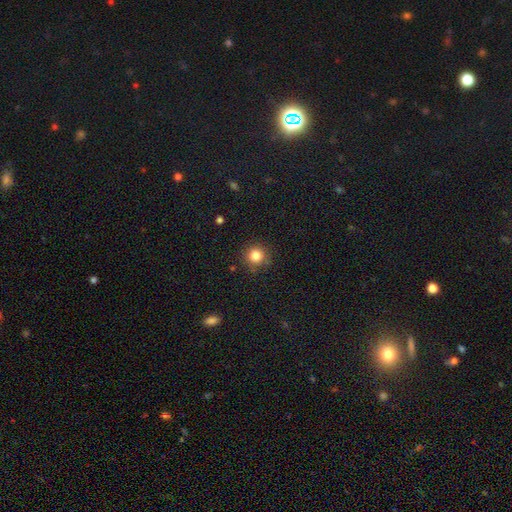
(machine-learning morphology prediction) Smooth or featured: smooth — 82% (star or artifact — 12%)
How rounded: round — 93% (in between — 6%)
Merging: none — 86% (minor disturbance — 10%)